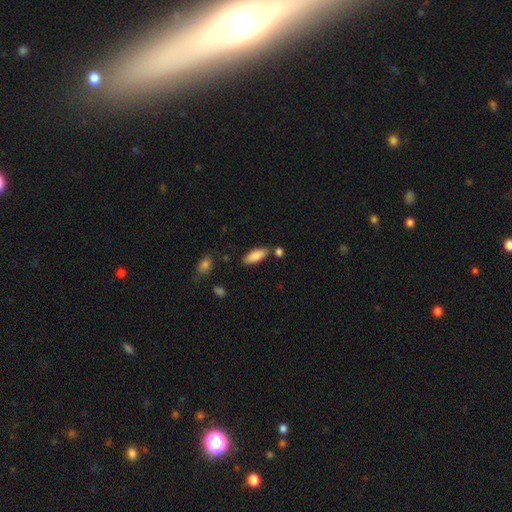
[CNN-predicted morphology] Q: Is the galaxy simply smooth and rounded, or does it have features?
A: smooth — 84%.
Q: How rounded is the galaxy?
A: in between — 74%.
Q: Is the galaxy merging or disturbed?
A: none — 77%.